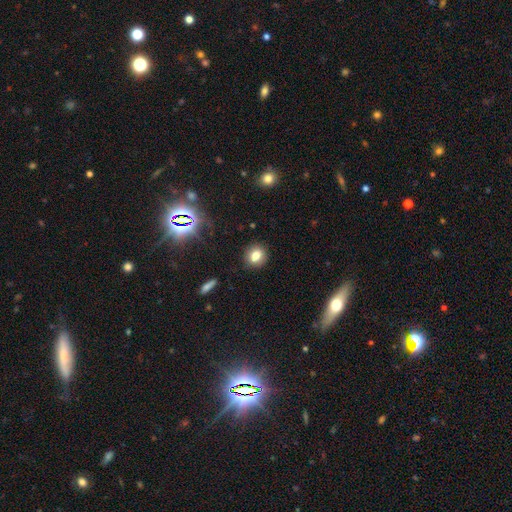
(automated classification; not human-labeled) Morphology: type=smooth (78%); roundness=round (75%); merging=none (88%).